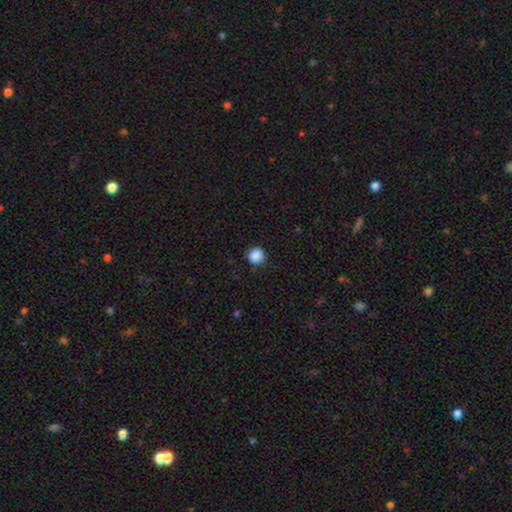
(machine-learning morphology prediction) A smooth galaxy with no disk features (88%) that is round (95%). Merging: none (90%).